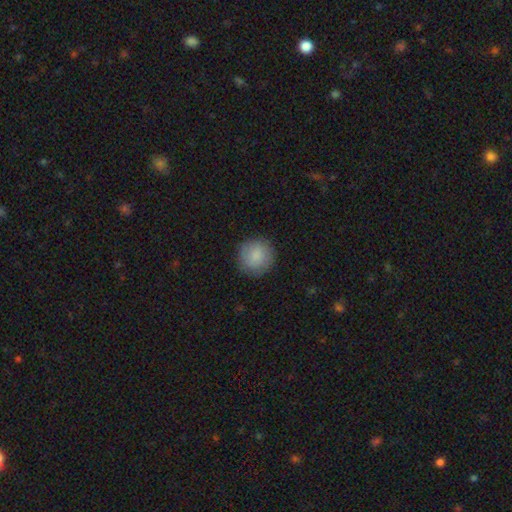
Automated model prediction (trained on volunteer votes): This appears to be a smooth galaxy with no disk features (85%) that is round (92%). Merging: none (84%).